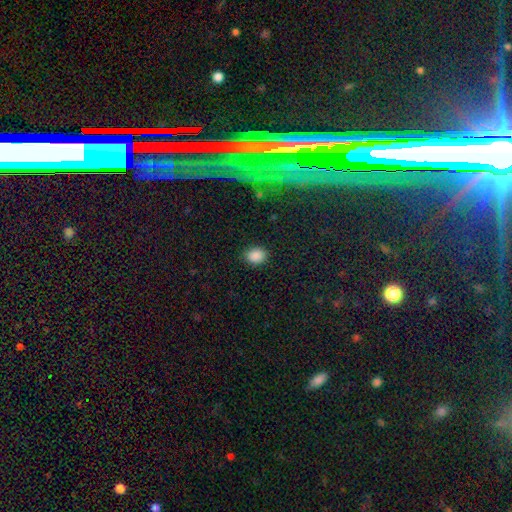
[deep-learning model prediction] A smooth galaxy with no disk features (88%) that is in between round and cigar-shaped (56%). Merging: none (87%).